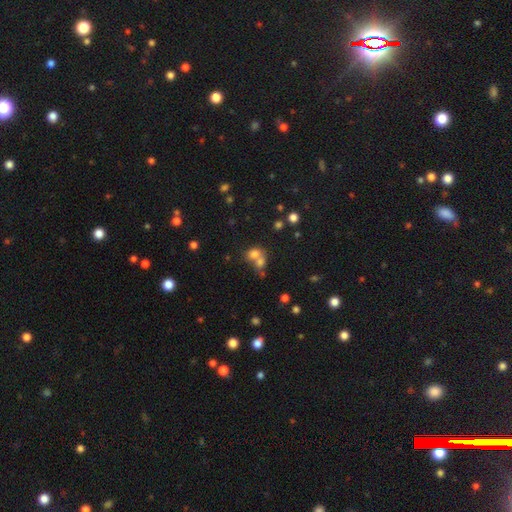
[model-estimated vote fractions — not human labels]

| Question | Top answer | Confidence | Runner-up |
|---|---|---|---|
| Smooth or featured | smooth | 70% | star or artifact (16%) |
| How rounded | round | 55% | in between (44%) |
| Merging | merger | 62% | none (27%) |